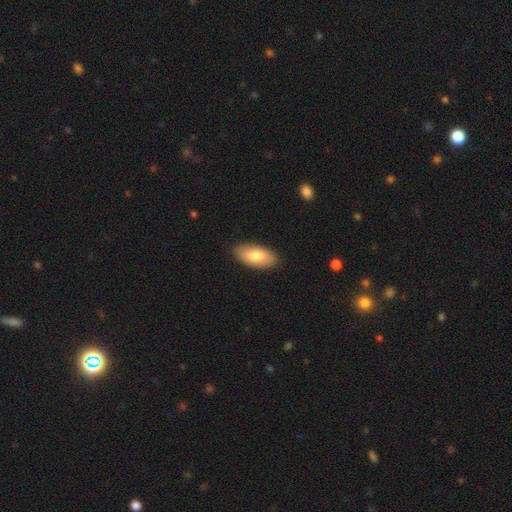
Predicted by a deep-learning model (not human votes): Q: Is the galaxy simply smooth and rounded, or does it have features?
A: smooth — 76%.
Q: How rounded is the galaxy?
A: in between — 92%.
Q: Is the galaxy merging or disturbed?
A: none — 88%.